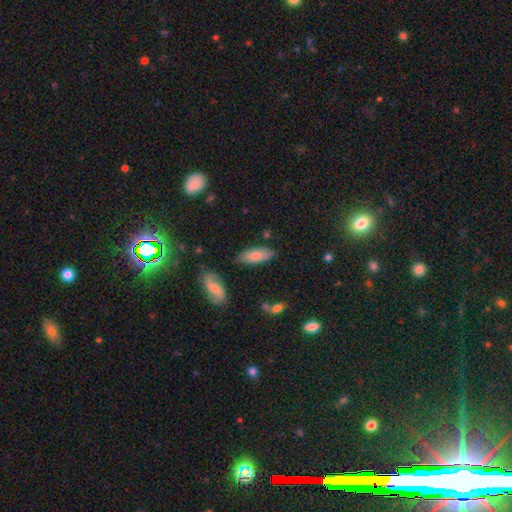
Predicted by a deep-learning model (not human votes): Smooth or featured? Predicted: smooth (p=0.73). How rounded? Predicted: in between (p=0.78). Merging? Predicted: none (p=0.76).